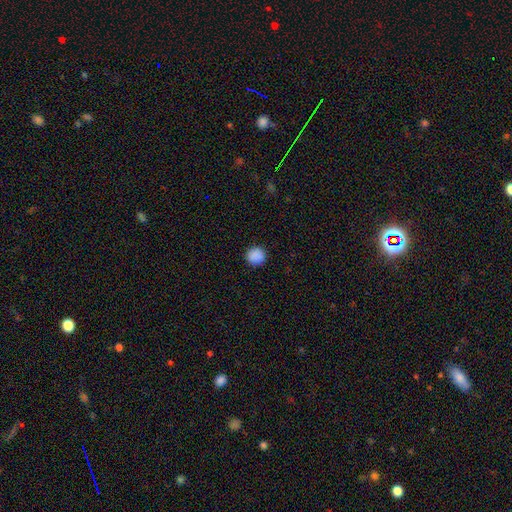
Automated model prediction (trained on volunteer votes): This appears to be a smooth galaxy with no disk features (89%) that is round (92%). Merging: none (91%).